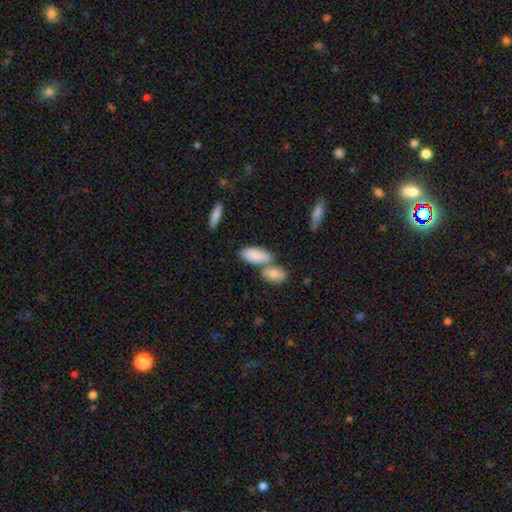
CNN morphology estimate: Smooth or featured: smooth — 84% (featured or disk — 10%)
How rounded: in between — 87% (cigar-shaped — 10%)
Merging: none — 41% (tied with merger — 41%)